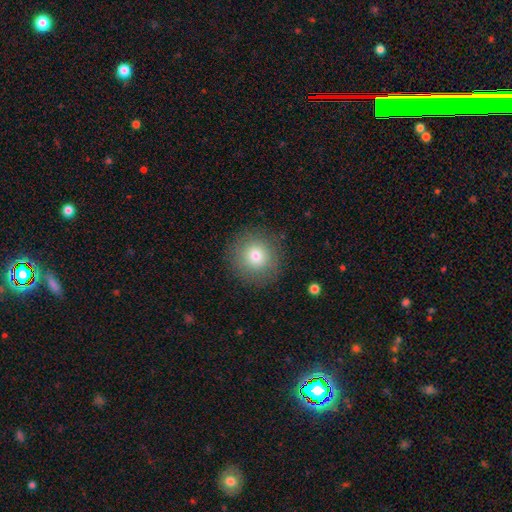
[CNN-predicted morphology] type=smooth (77%); roundness=round (93%); merging=none (88%).